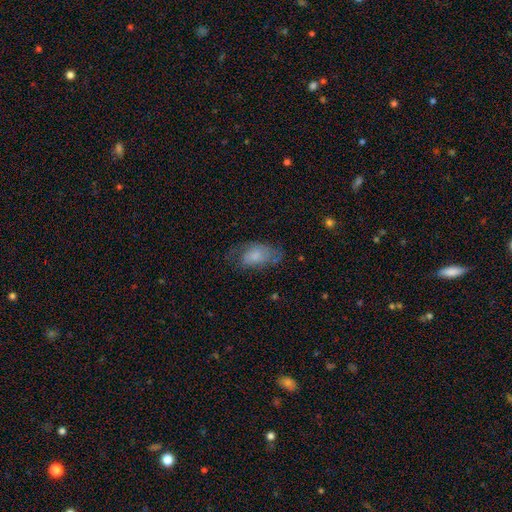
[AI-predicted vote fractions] Smooth or featured?
  - smooth: 59% *
  - featured or disk: 33%
  - star or artifact: 8%
How rounded?
  - in between: 91% *
  - round: 6%
  - cigar-shaped: 3%
Merging?
  - none: 47% *
  - minor disturbance: 29%
  - major disturbance: 23%
  - merger: 2%